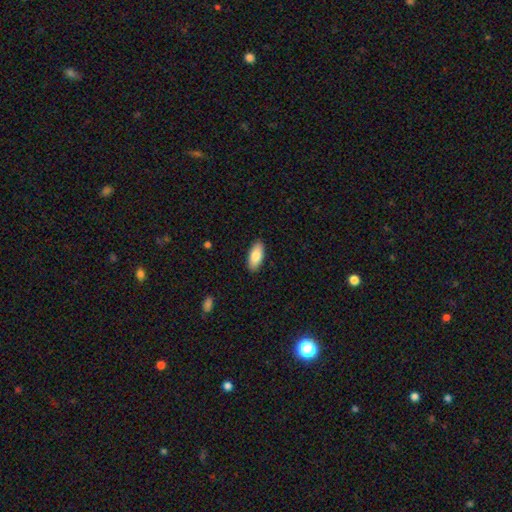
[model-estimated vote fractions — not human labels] Morphology: type=smooth (84%); roundness=in between (84%); merging=none (89%).